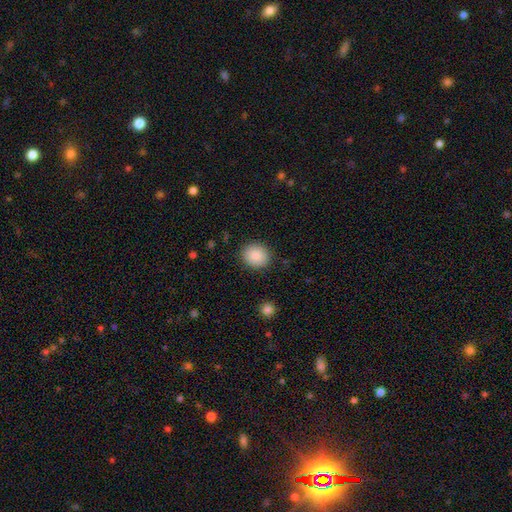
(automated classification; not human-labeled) The model was most divided on "how rounded": round: 75%, in between: 25%, cigar-shaped: 1%. More confident: merging — none (89%); smooth or featured — smooth (88%).